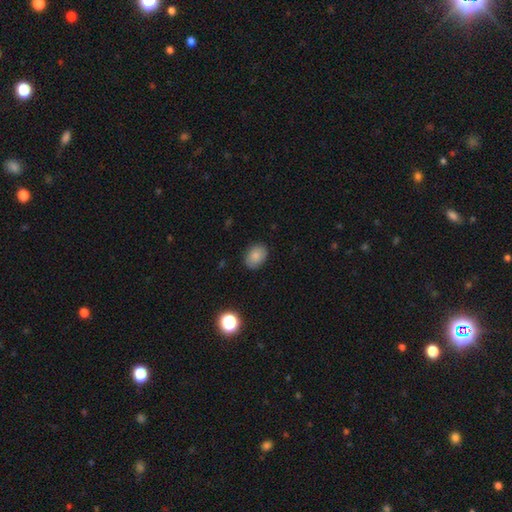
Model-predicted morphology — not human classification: This appears to be a smooth galaxy with no disk features (83%) that is in between round and cigar-shaped (69%). Merging: none (86%).